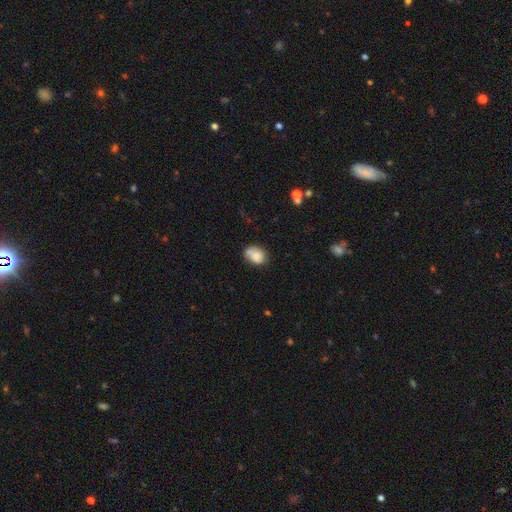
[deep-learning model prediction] Smooth or featured? smooth (79%)
How rounded? in between (58%)
Merging? none (48%)